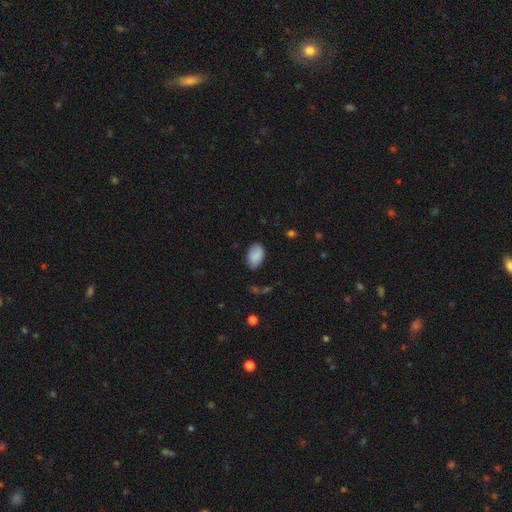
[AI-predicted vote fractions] The model was most divided on "merging": none: 78%, minor disturbance: 17%, major disturbance: 4%, merger: 2%. More confident: how rounded — in between (92%); smooth or featured — smooth (88%).